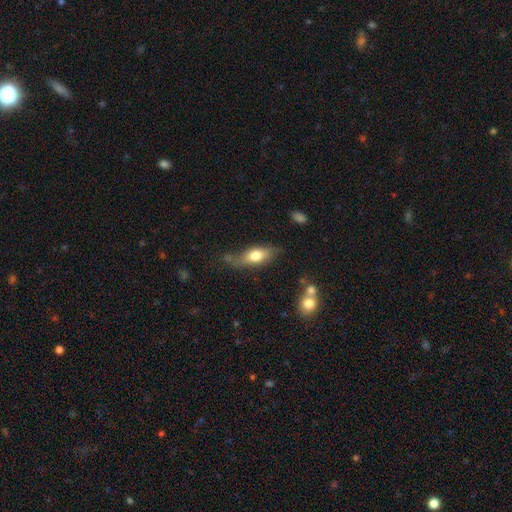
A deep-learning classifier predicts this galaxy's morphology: Smooth or featured: smooth — 65% (featured or disk — 28%)
How rounded: in between — 73% (cigar-shaped — 22%)
Merging: none — 51% (minor disturbance — 29%)